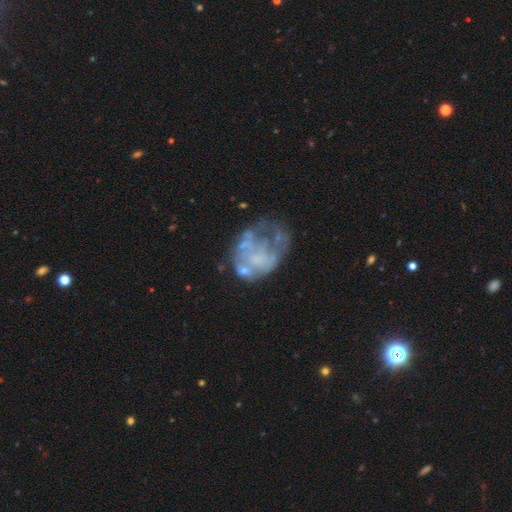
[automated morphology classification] This appears to be a featured or disk galaxy (61%) with no bar (92%), no spiral arms (88%) and no central bulge (74%). Merging: none (42%).